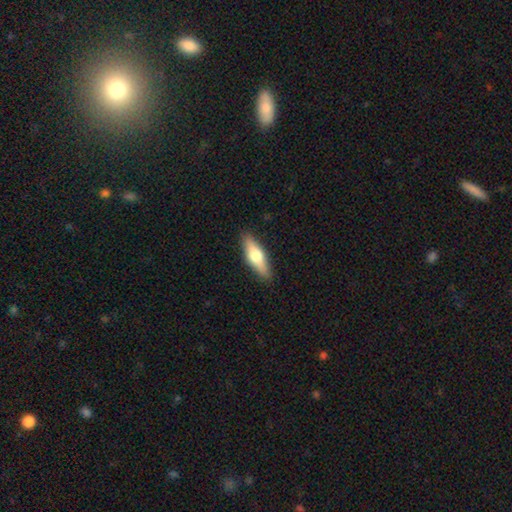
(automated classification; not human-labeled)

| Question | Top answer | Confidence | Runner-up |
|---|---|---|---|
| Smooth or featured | smooth | 56% | featured or disk (38%) |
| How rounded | cigar-shaped | 52% | in between (45%) |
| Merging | none | 88% | minor disturbance (9%) |